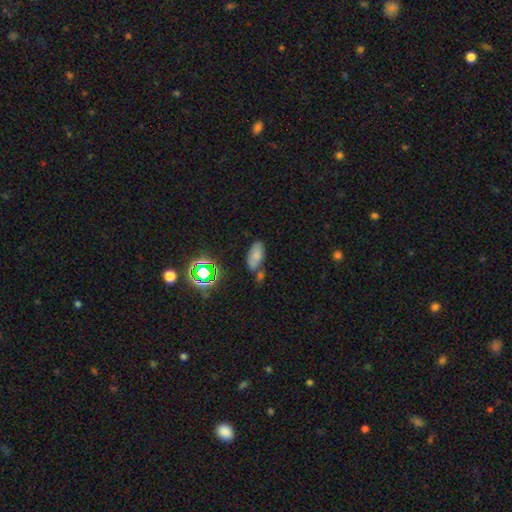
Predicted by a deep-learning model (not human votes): Morphology: type=smooth (67%); roundness=in between (90%); merging=none (57%).